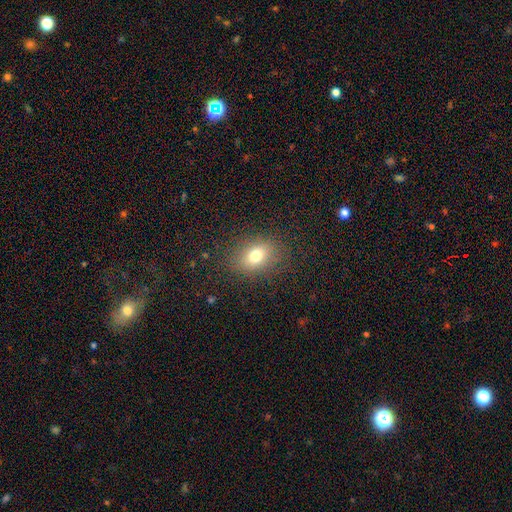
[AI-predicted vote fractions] Smooth or featured: smooth — 74% (star or artifact — 13%)
How rounded: in between — 71% (round — 28%)
Merging: none — 85% (minor disturbance — 10%)